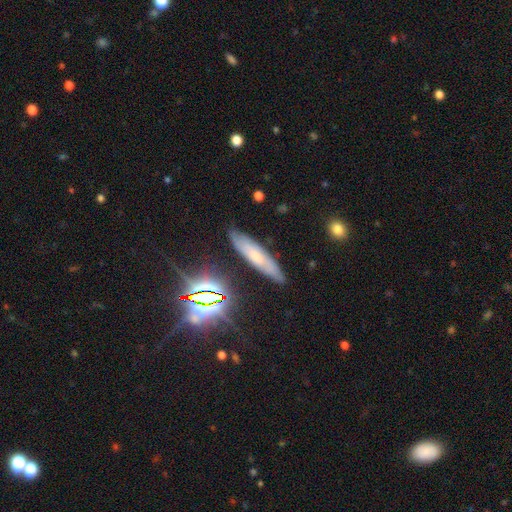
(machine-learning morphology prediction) Smooth or featured? Predicted: smooth (p=0.45). Merging? Predicted: none (p=0.82).